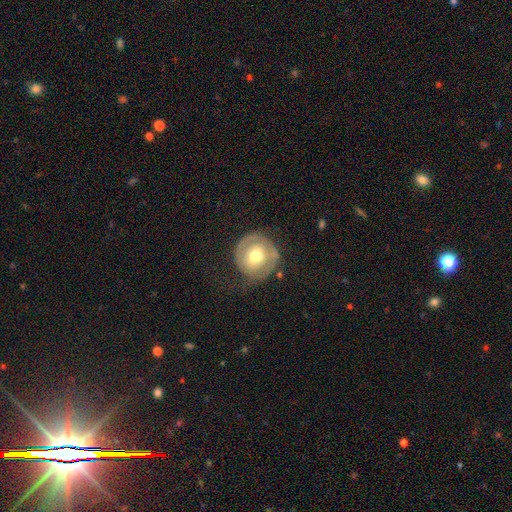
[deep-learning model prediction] Q: Smooth or featured?
A: featured or disk (58%); runner-up: smooth (36%)
Q: Edge-on disk?
A: no (96%); runner-up: yes (4%)
Q: Bar?
A: no (61%); runner-up: weak (29%)
Q: Spiral arms?
A: yes (56%); runner-up: no (44%)
Q: Bulge size?
A: moderate (67%); runner-up: large (23%)
Q: Merging?
A: none (63%); runner-up: minor disturbance (22%)